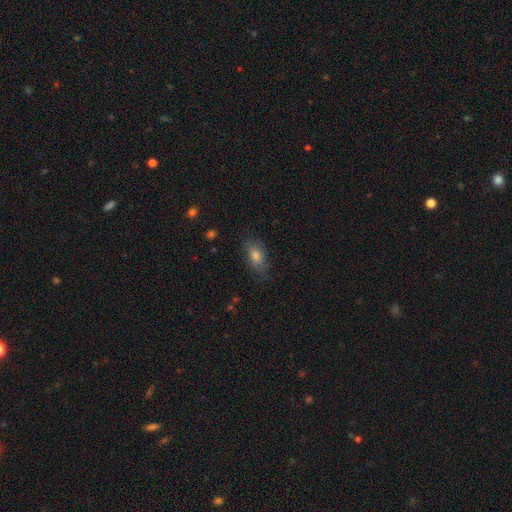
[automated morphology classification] Smooth or featured? smooth (70%)
How rounded? in between (82%)
Merging? none (77%)